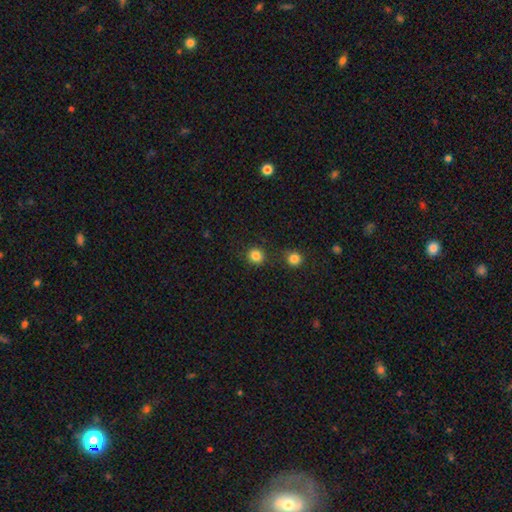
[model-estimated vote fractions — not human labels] Morphology: type=smooth (84%); roundness=round (89%); merging=none (82%).